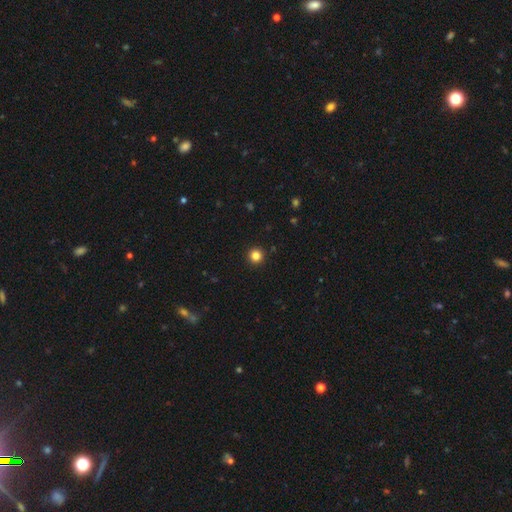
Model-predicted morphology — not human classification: smooth_or_featured: smooth (p=0.84) [alt: star or artifact p=0.12]
how_rounded: round (p=0.96) [alt: in between p=0.03]
merging: none (p=0.94) [alt: minor disturbance p=0.04]